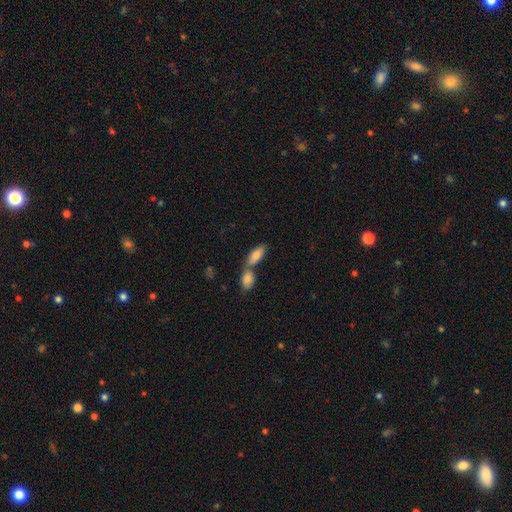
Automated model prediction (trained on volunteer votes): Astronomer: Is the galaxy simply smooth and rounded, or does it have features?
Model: smooth — 83%.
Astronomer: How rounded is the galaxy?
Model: in between — 82%.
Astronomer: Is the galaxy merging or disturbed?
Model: merger — 53% (runner-up: none, 36%).